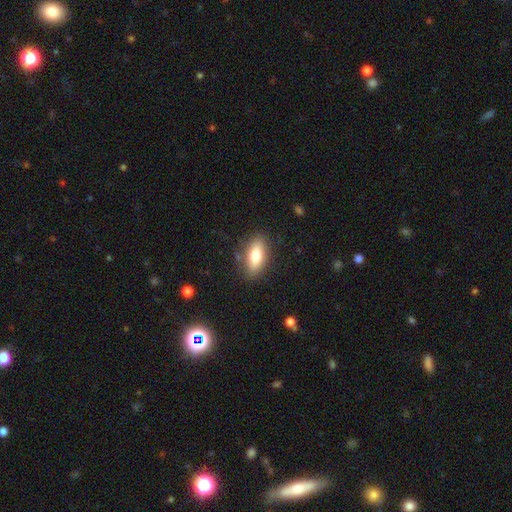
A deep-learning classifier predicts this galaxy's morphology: Overall: smooth (75%). How rounded: in between (81%). Merging: none (83%).